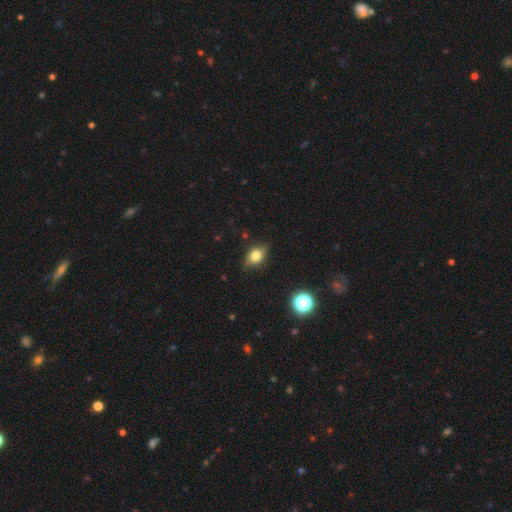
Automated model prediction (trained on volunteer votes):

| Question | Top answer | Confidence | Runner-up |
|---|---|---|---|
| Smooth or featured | smooth | 73% | featured or disk (16%) |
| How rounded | in between | 70% | round (27%) |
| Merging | none | 75% | minor disturbance (20%) |